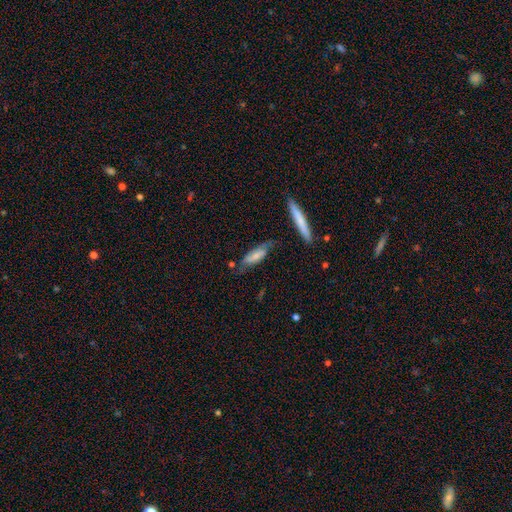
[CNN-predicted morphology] A smooth galaxy with no disk features (53%) that is cigar-shaped (52%).

Vote fractions:
- Smooth or featured? smooth: 53% / featured or disk: 40% / star or artifact: 7%
- How rounded? cigar-shaped: 52% / in between: 46% / round: 2%
- Merging? none: 53% / minor disturbance: 28% / major disturbance: 12% / merger: 7%